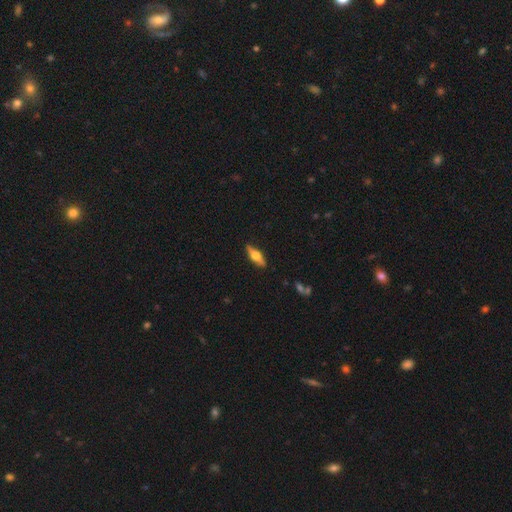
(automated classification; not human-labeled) The model was most divided on "smooth or featured": featured or disk: 55%, smooth: 39%, star or artifact: 6%. More confident: edge-on bulge — rounded (94%); edge-on disk — yes (92%); merging — none (88%).